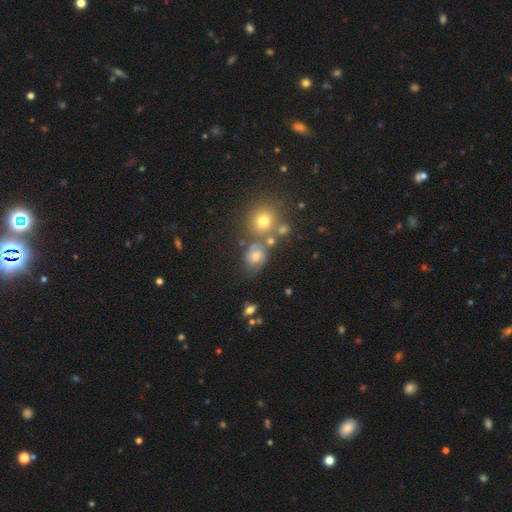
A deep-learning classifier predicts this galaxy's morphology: A smooth galaxy with no disk features (53%) that is round (56%). Merging: none (52%).